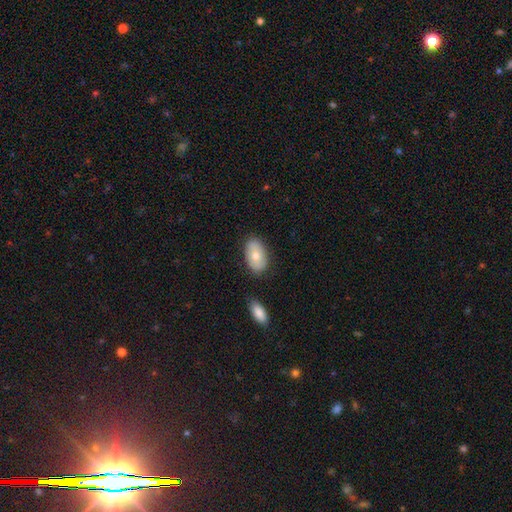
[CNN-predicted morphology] Smooth or featured? smooth (72%)
How rounded? in between (91%)
Merging? none (80%)